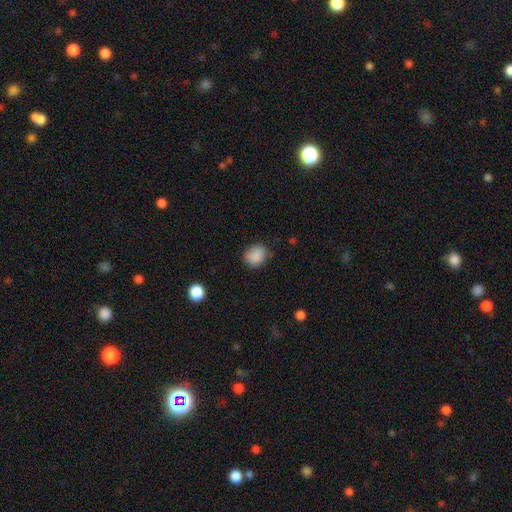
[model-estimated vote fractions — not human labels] smooth 88%, star or artifact 9%, featured or disk 4%. Down the decision tree: how rounded — round (62%); merging — none (79%).